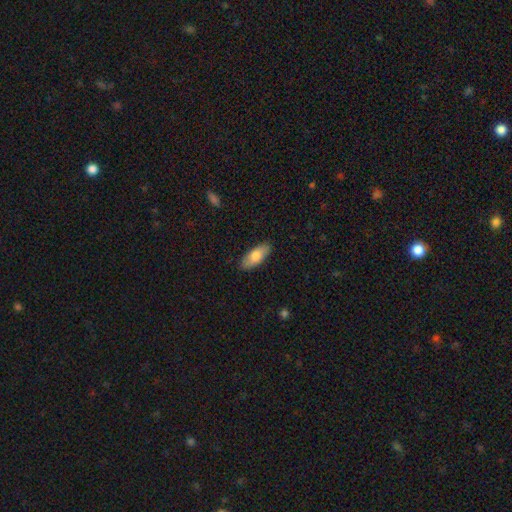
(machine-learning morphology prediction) This is likely a smooth galaxy (79%). How rounded: likely in between (78%). Merging: clearly none (88%).